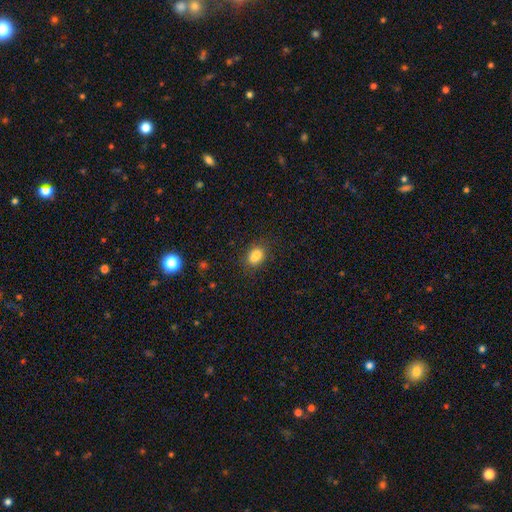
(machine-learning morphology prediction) A smooth galaxy with no disk features (82%) that is in between round and cigar-shaped (73%).

Vote fractions:
- Smooth or featured? smooth: 82% / star or artifact: 12% / featured or disk: 6%
- How rounded? in between: 73% / round: 25% / cigar-shaped: 2%
- Merging? none: 73% / minor disturbance: 16% / merger: 7% / major disturbance: 4%